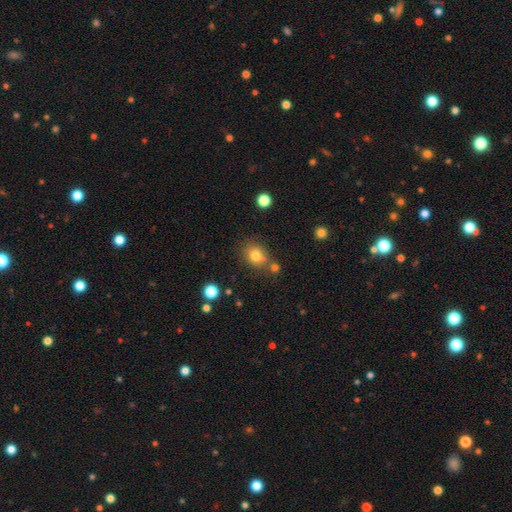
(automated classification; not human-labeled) smooth-or-featured: smooth: 79% | star or artifact: 12% | featured or disk: 9%
  how-rounded: round: 66% | in between: 33% | cigar-shaped: 1%
  merging: none: 64% | merger: 19% | minor disturbance: 13% | major disturbance: 4%